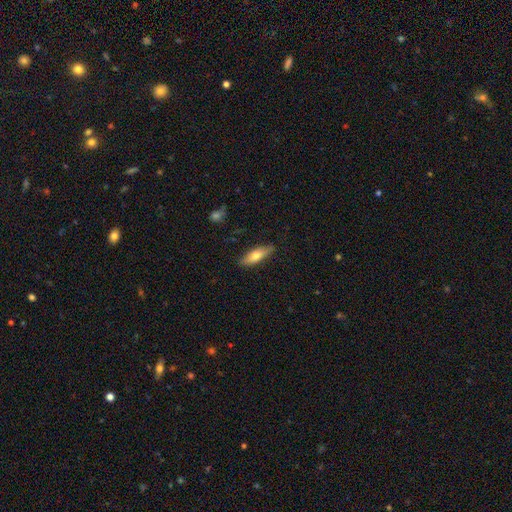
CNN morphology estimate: Q: Smooth or featured?
A: smooth (64%); runner-up: featured or disk (30%)
Q: How rounded?
A: cigar-shaped (51%); runner-up: in between (46%)
Q: Merging?
A: none (85%); runner-up: minor disturbance (11%)